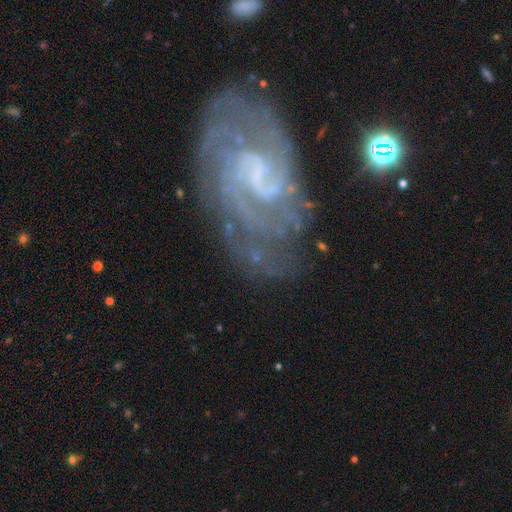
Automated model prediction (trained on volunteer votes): The model was most divided on "spiral winding": tight: 46%, medium: 42%, loose: 12%. Remaining: edge-on disk — no (97%); spiral arms — yes (95%); smooth or featured — featured or disk (86%); merging — none (66%); bar — weak (50%); bulge size — none (47%); spiral arm count — 2 (44%).